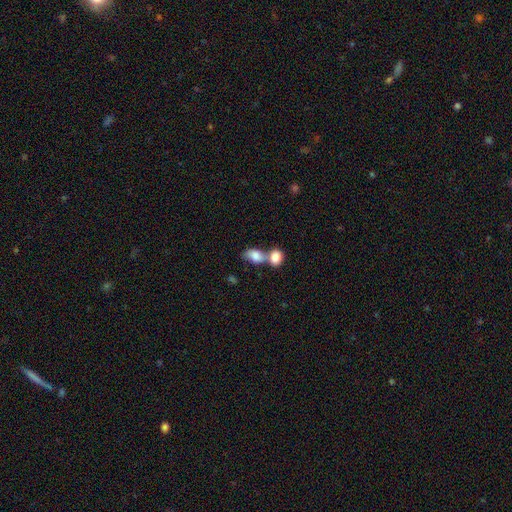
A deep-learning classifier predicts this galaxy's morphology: Smooth or featured? Predicted: smooth (p=0.80). How rounded? Predicted: in between (p=0.79). Merging? Predicted: merger (p=0.70).